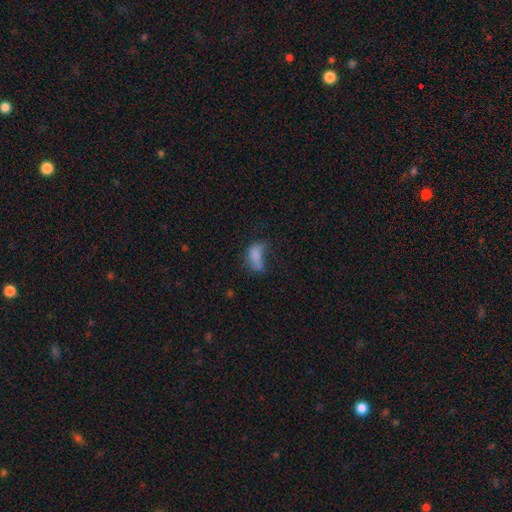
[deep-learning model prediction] Overall: smooth (69%). How rounded: in between (86%). Merging: major disturbance (37%; none 27%).